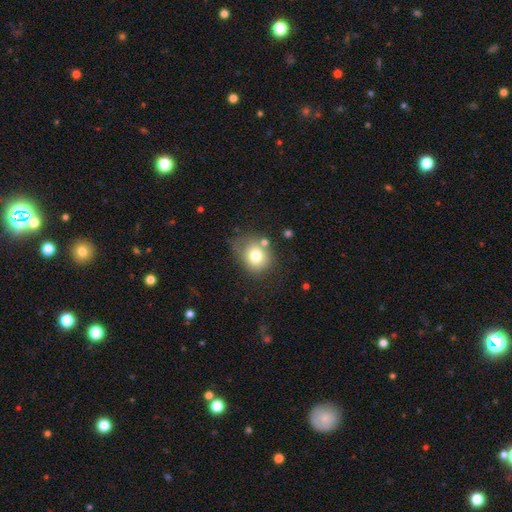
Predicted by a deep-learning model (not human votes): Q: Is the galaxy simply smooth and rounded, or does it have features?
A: smooth — 76%.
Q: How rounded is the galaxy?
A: round — 64%.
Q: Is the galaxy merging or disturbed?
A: none — 57%.